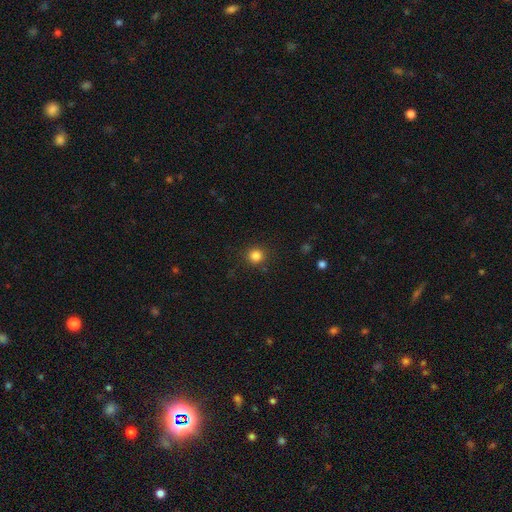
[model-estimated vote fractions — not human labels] Morphology: type=smooth (83%); roundness=round (93%); merging=none (89%).